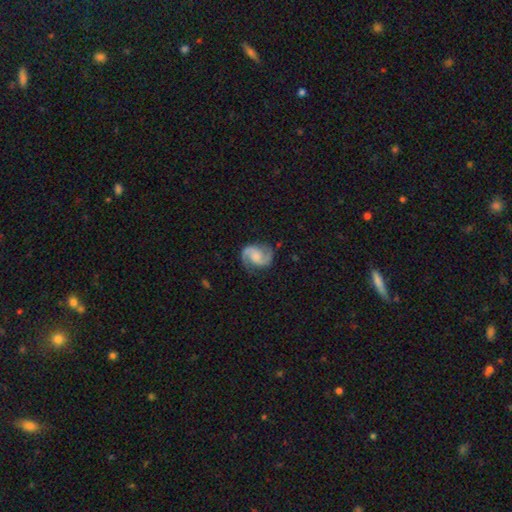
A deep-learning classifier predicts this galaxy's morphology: smooth_or_featured: featured or disk (p=0.88) [alt: smooth p=0.07]
disk_edge_on: no (p=0.98) [alt: yes p=0.02]
bar: no (p=0.55) [alt: weak p=0.37]
has_spiral_arms: yes (p=0.98) [alt: no p=0.02]
spiral_winding: medium (p=0.56) [alt: loose p=0.27]
spiral_arm_count: 2 (p=0.94) [alt: can't tell p=0.02]
bulge_size: none (p=0.38) [alt: moderate p=0.26]
merging: none (p=0.80) [alt: minor disturbance p=0.14]